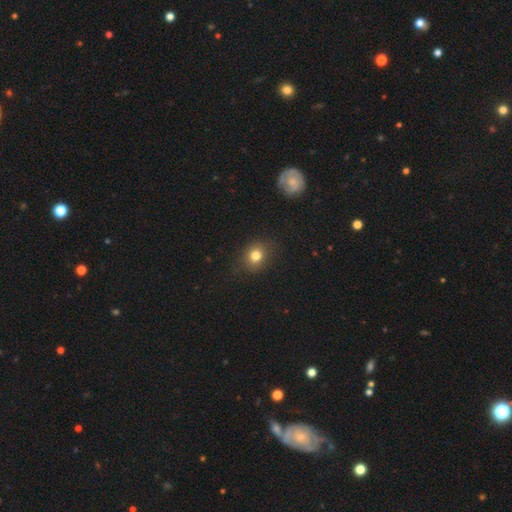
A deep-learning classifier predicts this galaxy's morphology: Smooth or featured?
  - smooth: 79% *
  - star or artifact: 13%
  - featured or disk: 8%
How rounded?
  - round: 65% *
  - in between: 34%
  - cigar-shaped: 1%
Merging?
  - none: 83% *
  - minor disturbance: 12%
  - major disturbance: 4%
  - merger: 1%